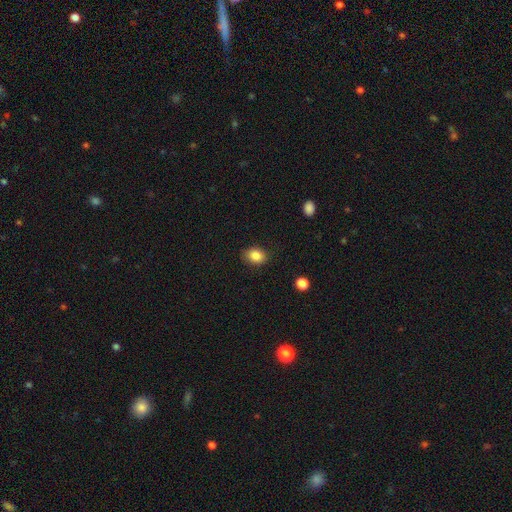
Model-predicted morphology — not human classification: Smooth or featured?
  - smooth: 86% *
  - star or artifact: 9%
  - featured or disk: 5%
How rounded?
  - in between: 61% *
  - round: 38%
  - cigar-shaped: 1%
Merging?
  - none: 83% *
  - minor disturbance: 13%
  - major disturbance: 3%
  - merger: 1%